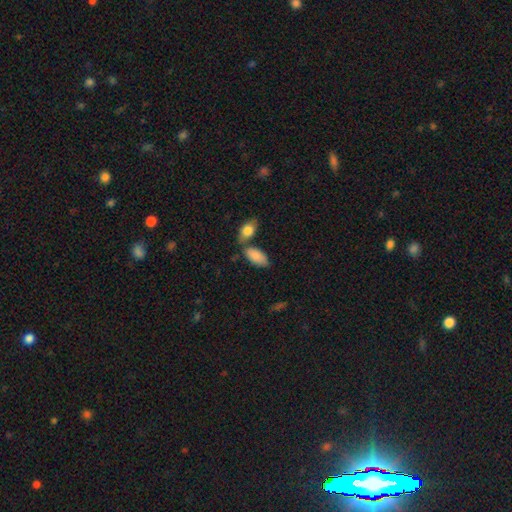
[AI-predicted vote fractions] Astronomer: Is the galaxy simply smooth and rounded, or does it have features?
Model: smooth — 86%.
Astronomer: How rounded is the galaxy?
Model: in between — 93%.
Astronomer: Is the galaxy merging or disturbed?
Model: none — 55%.